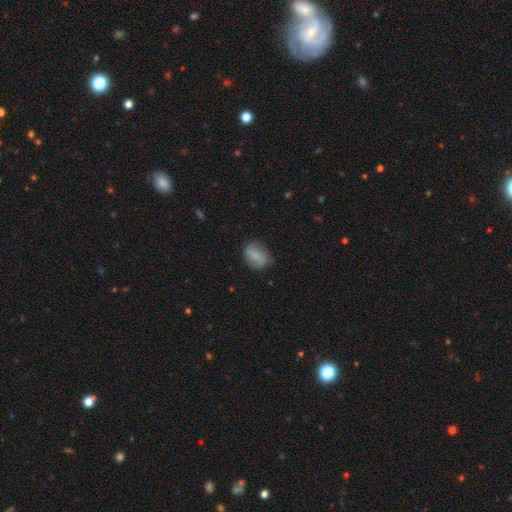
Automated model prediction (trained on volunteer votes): Smooth or featured? Predicted: smooth (p=0.76). How rounded? Predicted: in between (p=0.79). Merging? Predicted: none (p=0.75).